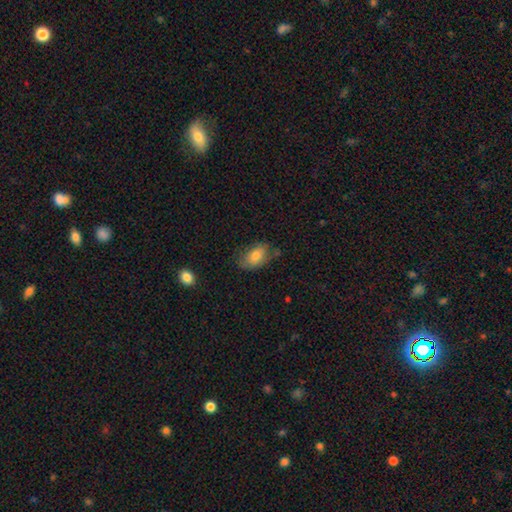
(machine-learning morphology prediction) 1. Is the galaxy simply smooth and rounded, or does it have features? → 76% smooth, 17% featured or disk, 7% star or artifact.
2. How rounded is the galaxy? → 90% in between, 8% round, 2% cigar-shaped.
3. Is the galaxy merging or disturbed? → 62% none, 27% minor disturbance, 8% major disturbance, 3% merger.